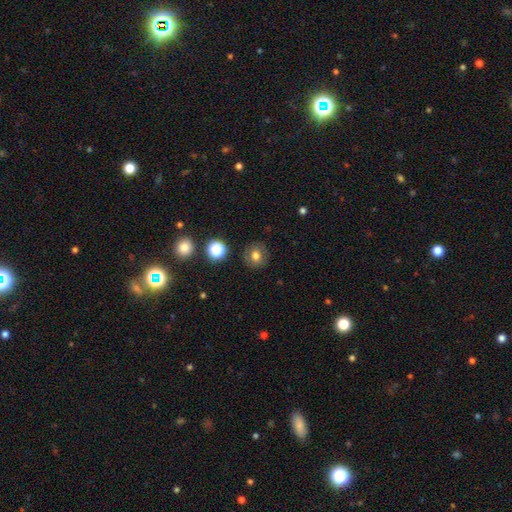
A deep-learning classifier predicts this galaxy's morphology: Q: Smooth or featured?
A: smooth (74%); runner-up: star or artifact (14%)
Q: How rounded?
A: round (88%); runner-up: in between (11%)
Q: Merging?
A: none (87%); runner-up: minor disturbance (8%)